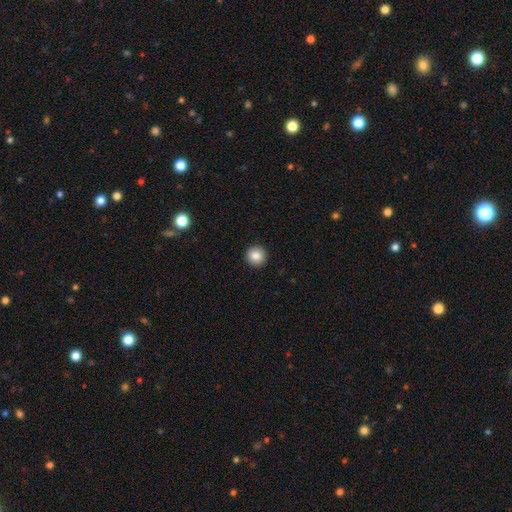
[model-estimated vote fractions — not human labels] A smooth galaxy with no disk features (85%) that is round (96%). Merging: none (93%).